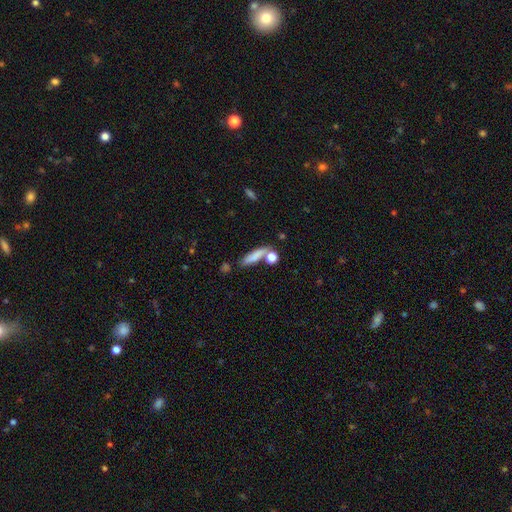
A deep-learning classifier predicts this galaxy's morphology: smooth 77%, featured or disk 14%, star or artifact 9%. Down the decision tree: how rounded — cigar-shaped (68%); merging — none (65%).